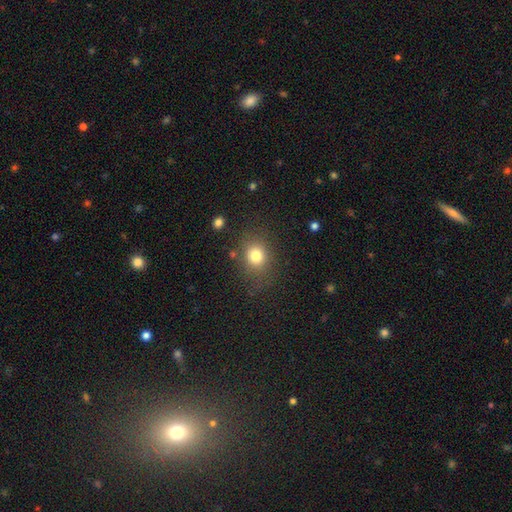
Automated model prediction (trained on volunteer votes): smooth_or_featured: smooth (p=0.79) [alt: star or artifact p=0.13]
how_rounded: round (p=0.63) [alt: in between p=0.36]
merging: none (p=0.78) [alt: minor disturbance p=0.14]